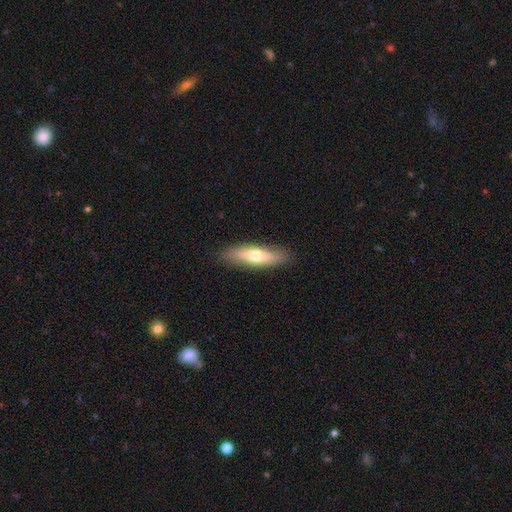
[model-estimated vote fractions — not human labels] Smooth or featured?
  - smooth: 58% *
  - featured or disk: 37%
  - star or artifact: 6%
How rounded?
  - cigar-shaped: 54% *
  - in between: 43%
  - round: 2%
Merging?
  - none: 86% *
  - minor disturbance: 10%
  - major disturbance: 3%
  - merger: 1%